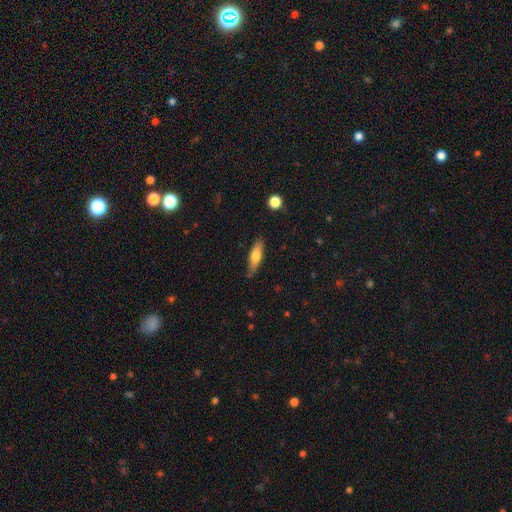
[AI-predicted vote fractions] smooth-or-featured: smooth: 64% | featured or disk: 30% | star or artifact: 6%
  how-rounded: cigar-shaped: 62% | in between: 35% | round: 2%
  merging: none: 77% | minor disturbance: 18% | major disturbance: 3% | merger: 2%